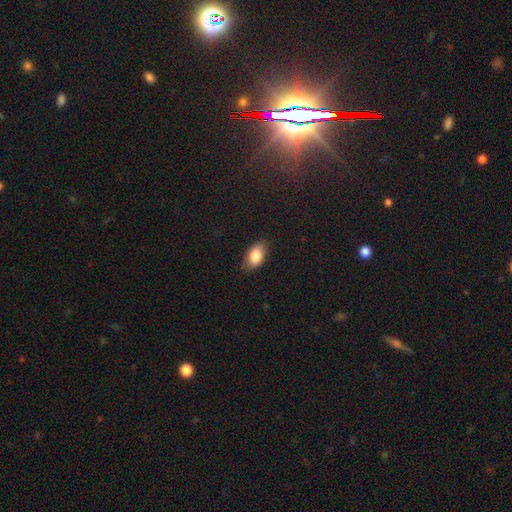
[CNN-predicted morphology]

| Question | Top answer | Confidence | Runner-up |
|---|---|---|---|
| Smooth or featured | smooth | 83% | featured or disk (10%) |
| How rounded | in between | 91% | round (6%) |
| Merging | none | 79% | minor disturbance (17%) |